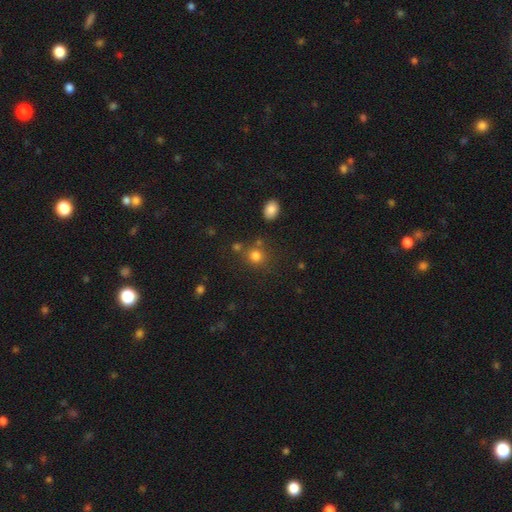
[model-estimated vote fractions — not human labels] Smooth or featured? Predicted: smooth (p=0.79). How rounded? Predicted: round (p=0.79). Merging? Predicted: none (p=0.73).